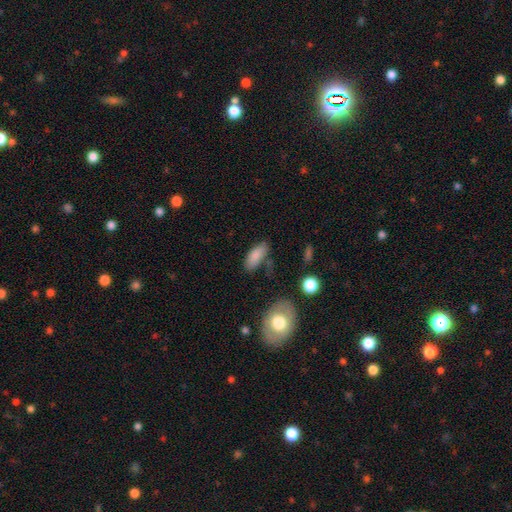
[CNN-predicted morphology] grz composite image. It shows a smooth galaxy with no disk features (84%) that is in between round and cigar-shaped (79%). Merging: none (66%).